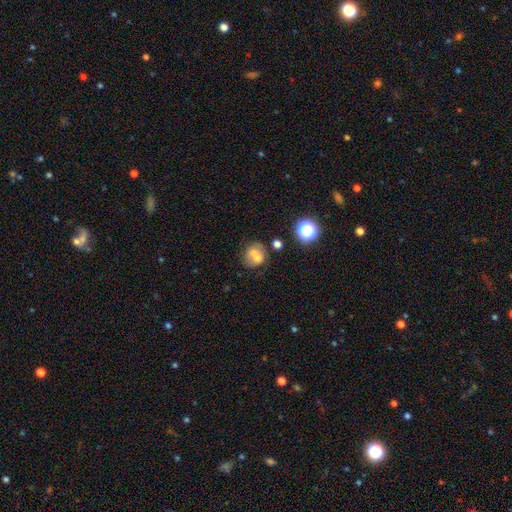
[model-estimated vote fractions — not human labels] Smooth or featured?
  - smooth: 61% *
  - featured or disk: 25%
  - star or artifact: 13%
How rounded?
  - round: 76% *
  - in between: 23%
  - cigar-shaped: 1%
Merging?
  - merger: 46% *
  - none: 40%
  - minor disturbance: 9%
  - major disturbance: 4%